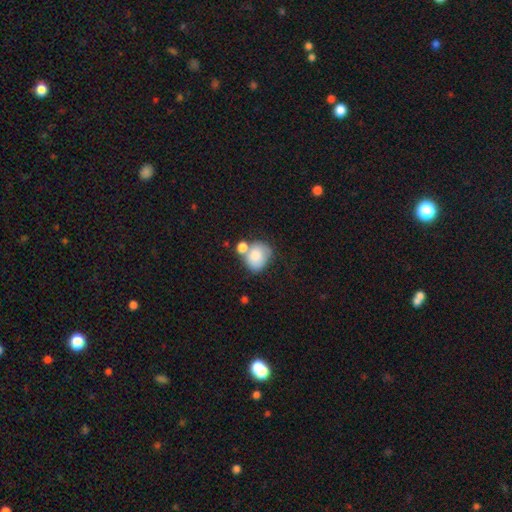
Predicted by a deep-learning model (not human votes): Smooth or featured: smooth — 78% (featured or disk — 14%)
How rounded: round — 56% (in between — 43%)
Merging: none — 38% (tied with merger — 38%)